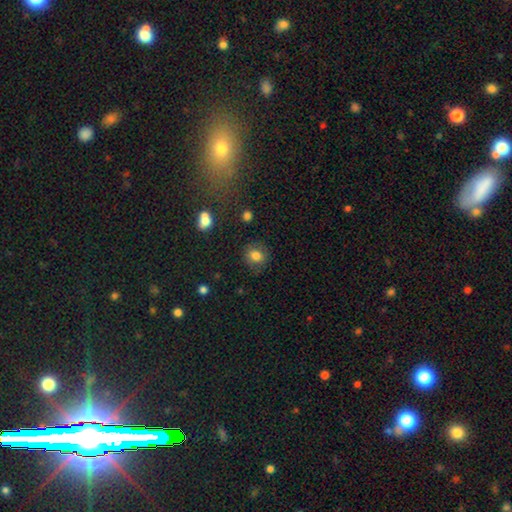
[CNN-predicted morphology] smooth_or_featured: smooth (p=0.81) [alt: star or artifact p=0.11]
how_rounded: round (p=0.79) [alt: in between p=0.20]
merging: none (p=0.82) [alt: minor disturbance p=0.12]